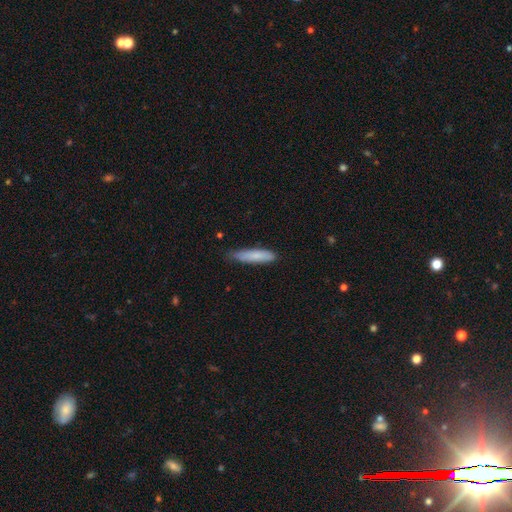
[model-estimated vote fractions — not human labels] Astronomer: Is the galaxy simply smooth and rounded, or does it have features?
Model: smooth — 82%.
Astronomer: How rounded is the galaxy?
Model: cigar-shaped — 83%.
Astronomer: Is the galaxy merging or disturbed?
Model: none — 74%.